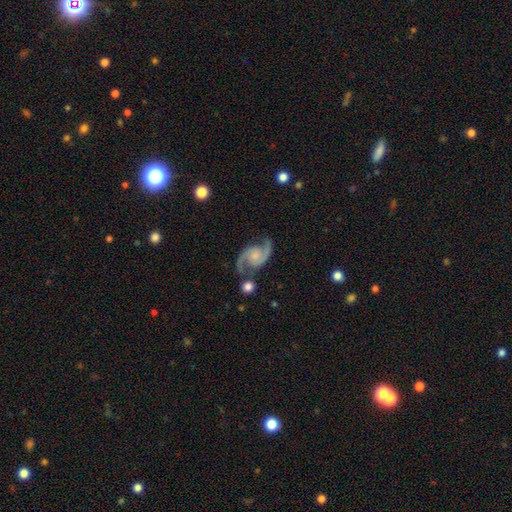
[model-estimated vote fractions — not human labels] smooth-or-featured: featured or disk: 92% | star or artifact: 4% | smooth: 4%
  disk-edge-on: no: 98% | yes: 2%
    bar: no: 66% | weak: 28% | strong: 6%
    has-spiral-arms: yes: 98% | no: 2%
      spiral-winding: medium: 56% | loose: 29% | tight: 14%
      spiral-arm-count: 2: 94% | can't tell: 1% | 3: 1% | 1: 1% | 4: 1% | more than 4: 1%
    bulge-size: small: 53% | moderate: 26% | none: 16% | large: 3% | dominant: 1%
  merging: none: 71% | minor disturbance: 15% | merger: 7% | major disturbance: 6%